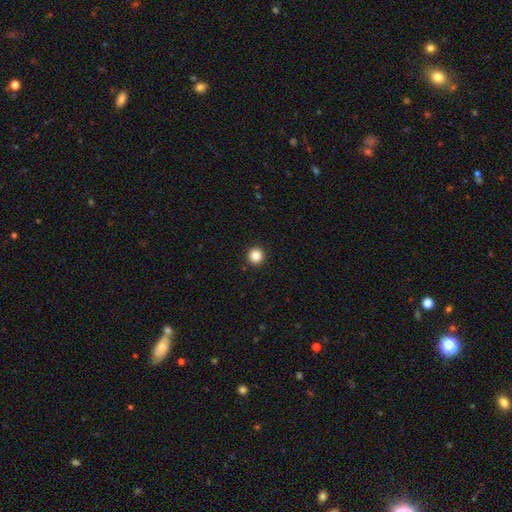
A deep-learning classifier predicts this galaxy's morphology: smooth-or-featured: smooth: 86% | star or artifact: 11% | featured or disk: 4%
  how-rounded: round: 96% | in between: 3% | cigar-shaped: 1%
  merging: none: 94% | minor disturbance: 4% | major disturbance: 1% | merger: 1%